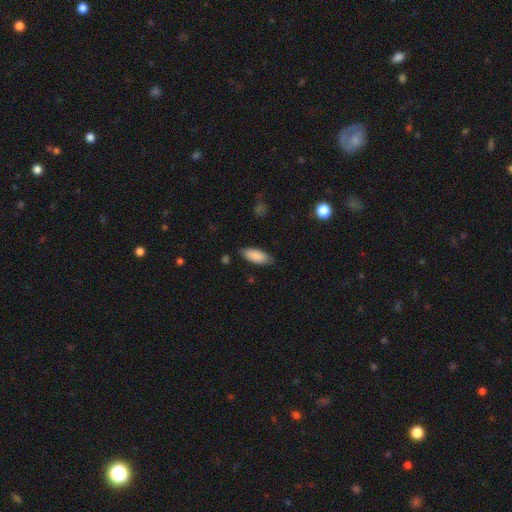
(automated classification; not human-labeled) Overall: smooth (88%). How rounded: in between (83%). Merging: none (82%).